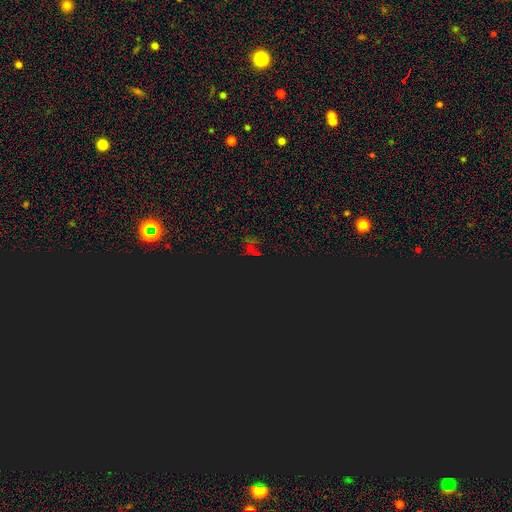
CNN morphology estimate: smooth_or_featured: star or artifact (p=0.75) [alt: smooth p=0.17]